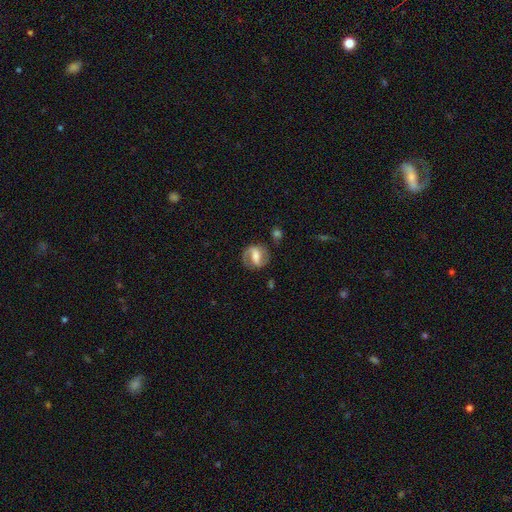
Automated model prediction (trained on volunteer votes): Smooth or featured? Predicted: featured or disk (p=0.74). Edge-on disk? Predicted: no (p=0.96). Bar? Predicted: strong (p=0.51). Spiral arms? Predicted: yes (p=0.89). Spiral winding? Predicted: medium (p=0.48). Spiral arm count? Predicted: 2 (p=0.83). Bulge size? Predicted: moderate (p=0.48). Merging? Predicted: none (p=0.74).